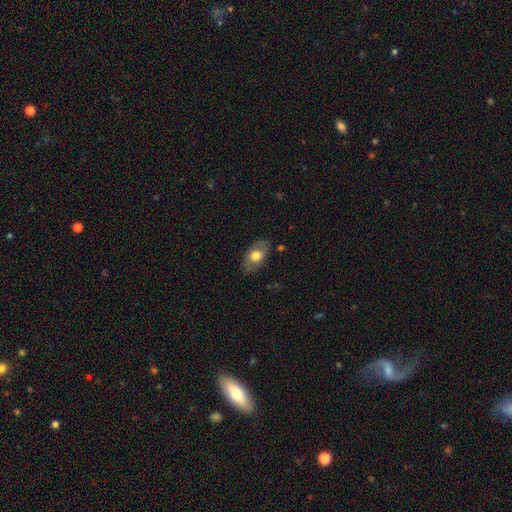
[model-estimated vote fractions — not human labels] A smooth galaxy with no disk features (65%) that is in between round and cigar-shaped (88%).

Vote fractions:
- Smooth or featured? smooth: 65% / featured or disk: 28% / star or artifact: 7%
- How rounded? in between: 88% / round: 10% / cigar-shaped: 2%
- Merging? none: 79% / minor disturbance: 15% / major disturbance: 4% / merger: 1%